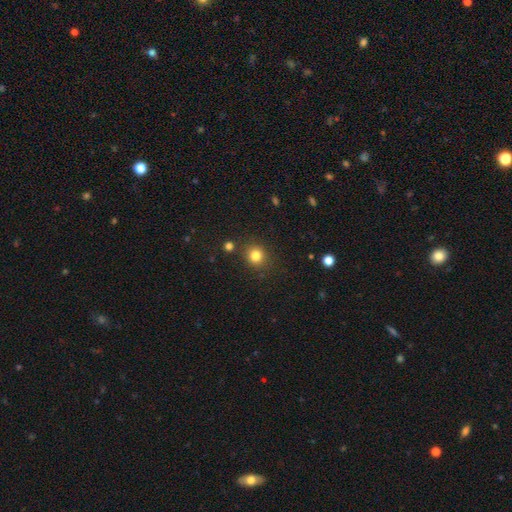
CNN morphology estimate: type=smooth (82%); roundness=round (87%); merging=none (86%).